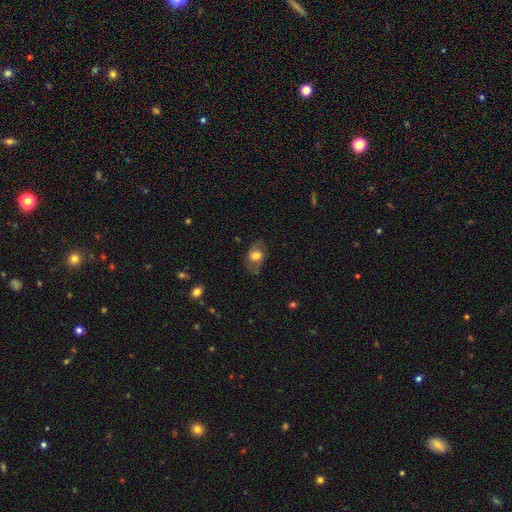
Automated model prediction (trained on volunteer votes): Smooth or featured? smooth (62%)
How rounded? in between (76%)
Merging? none (66%)